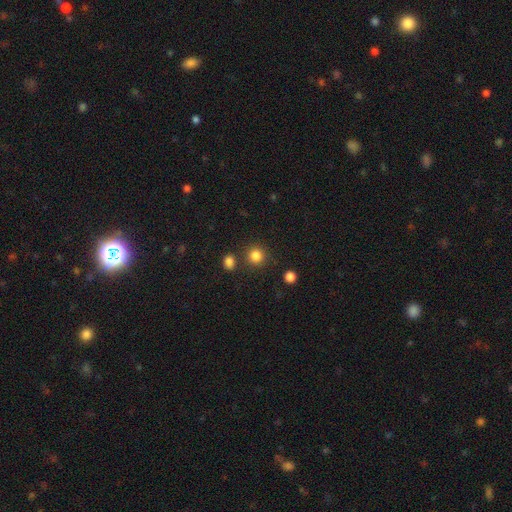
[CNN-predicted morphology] Smooth or featured? smooth (84%)
How rounded? round (91%)
Merging? none (82%)